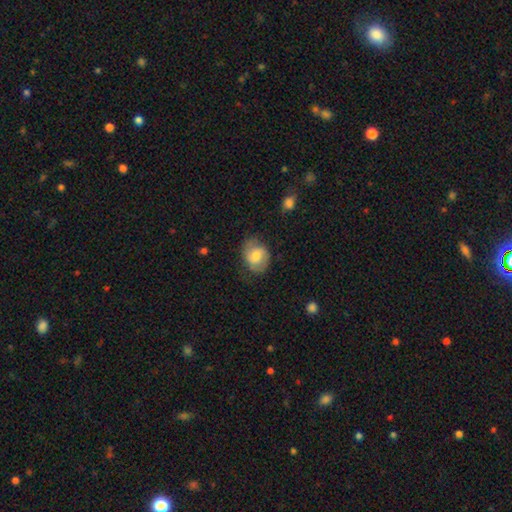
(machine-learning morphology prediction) The model was most divided on "how rounded": in between: 54%, round: 45%, cigar-shaped: 1%. More confident: merging — none (65%); smooth or featured — smooth (60%).